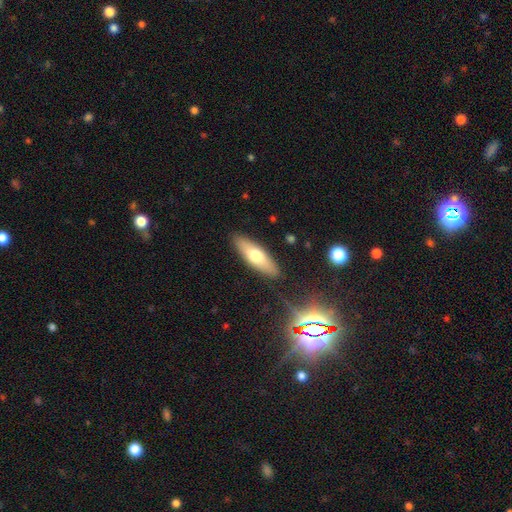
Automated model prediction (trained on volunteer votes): A smooth galaxy with no disk features (64%) that is in between round and cigar-shaped (54%). Merging: none (88%).